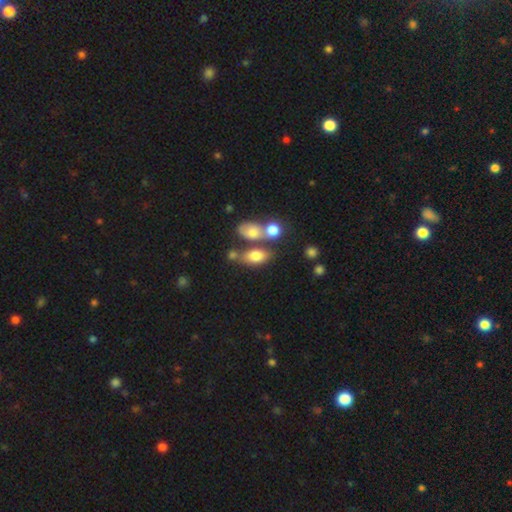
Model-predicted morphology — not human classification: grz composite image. It shows a smooth galaxy with no disk features (74%) that is in between round and cigar-shaped (86%). Merging: none (44%).